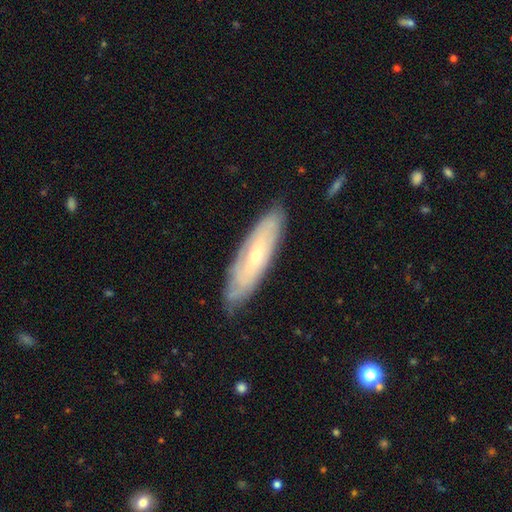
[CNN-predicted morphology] The model was most divided on "smooth or featured": featured or disk: 65%, smooth: 29%, star or artifact: 7%. More confident: merging — none (80%); edge-on disk — no (73%).